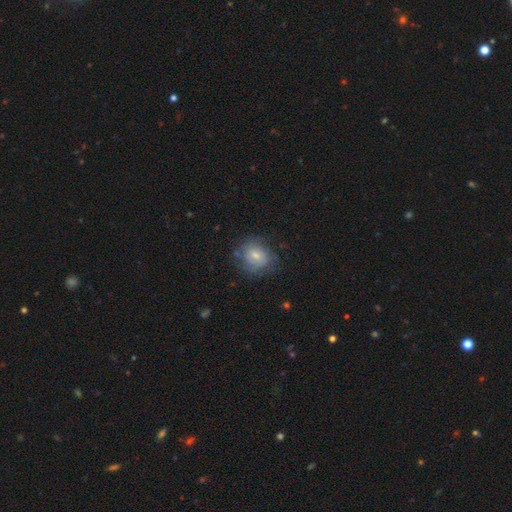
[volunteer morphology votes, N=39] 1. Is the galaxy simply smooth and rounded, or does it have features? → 51% smooth, 49% featured or disk, 0% star or artifact.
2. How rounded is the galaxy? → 50% round (tied), 50% in between (tied), 0% cigar-shaped.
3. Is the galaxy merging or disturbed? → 59% none, 28% minor disturbance, 8% major disturbance, 5% merger.